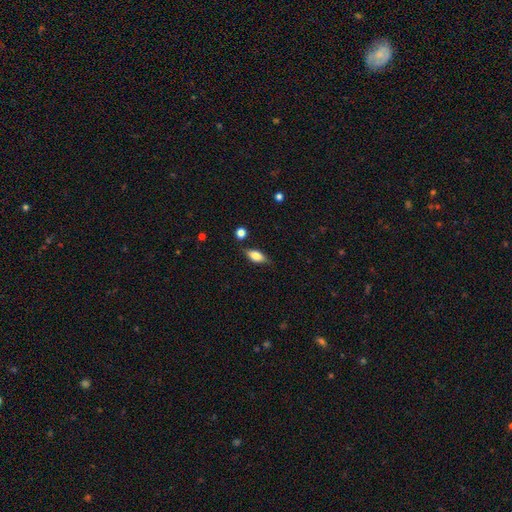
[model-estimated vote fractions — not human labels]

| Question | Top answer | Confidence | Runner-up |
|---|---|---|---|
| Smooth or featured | smooth | 70% | featured or disk (22%) |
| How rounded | in between | 79% | cigar-shaped (17%) |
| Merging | none | 79% | minor disturbance (15%) |